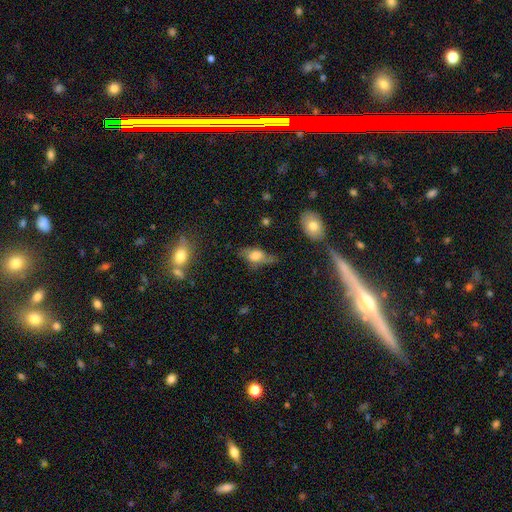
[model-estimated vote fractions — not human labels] Overall: smooth (56%; featured or disk 34%). How rounded: in between (79%). Merging: none (48%; minor disturbance 32%).